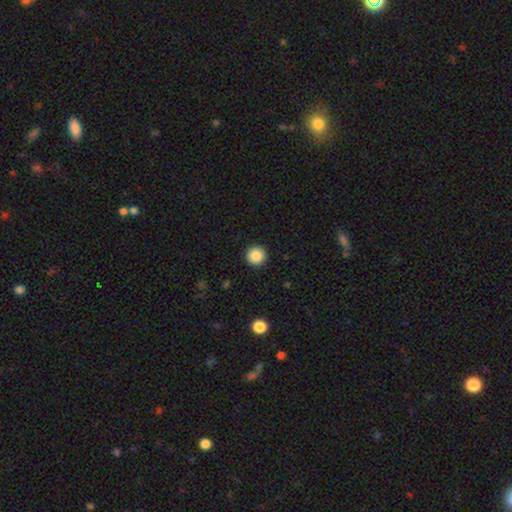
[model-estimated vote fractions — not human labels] smooth-or-featured: smooth: 87% | star or artifact: 9% | featured or disk: 5%
  how-rounded: round: 96% | in between: 3% | cigar-shaped: 1%
  merging: none: 93% | minor disturbance: 5% | major disturbance: 2% | merger: 1%